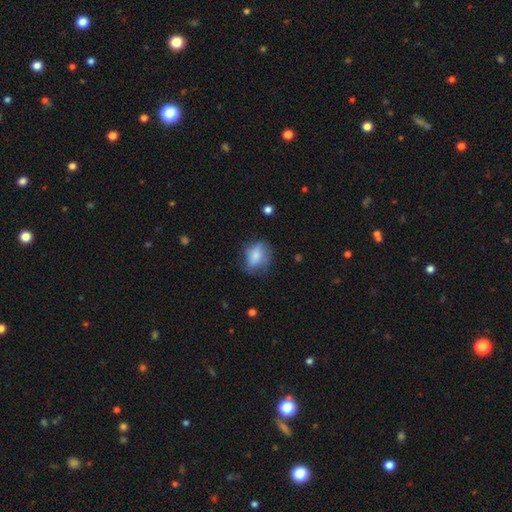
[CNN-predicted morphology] smooth-or-featured: smooth: 71% | featured or disk: 20% | star or artifact: 9%
  how-rounded: in between: 57% | round: 41% | cigar-shaped: 2%
  merging: none: 57% | minor disturbance: 29% | major disturbance: 13% | merger: 2%